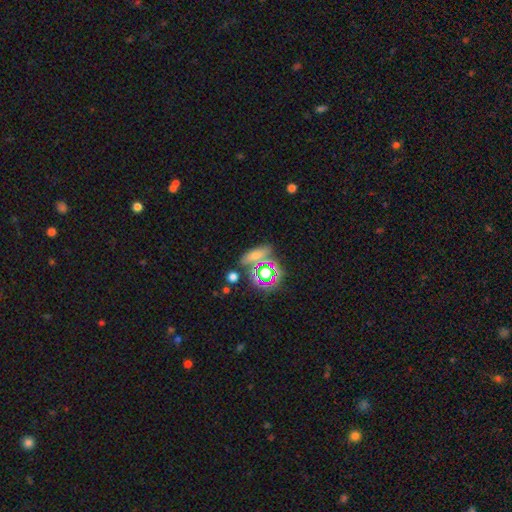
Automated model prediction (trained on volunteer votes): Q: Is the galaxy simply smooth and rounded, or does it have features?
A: smooth — 54%.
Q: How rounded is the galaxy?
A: in between — 54%.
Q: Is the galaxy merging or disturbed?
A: none — 67%.